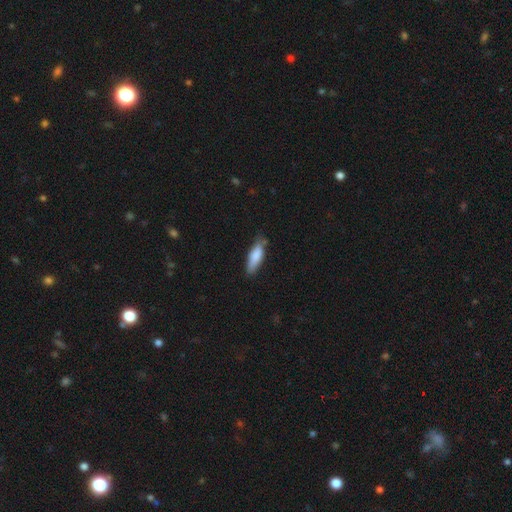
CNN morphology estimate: Smooth or featured?
  - smooth: 81% *
  - featured or disk: 13%
  - star or artifact: 6%
How rounded?
  - in between: 50% *
  - cigar-shaped: 48%
  - round: 2%
Merging?
  - none: 62% *
  - minor disturbance: 29%
  - major disturbance: 5%
  - merger: 3%